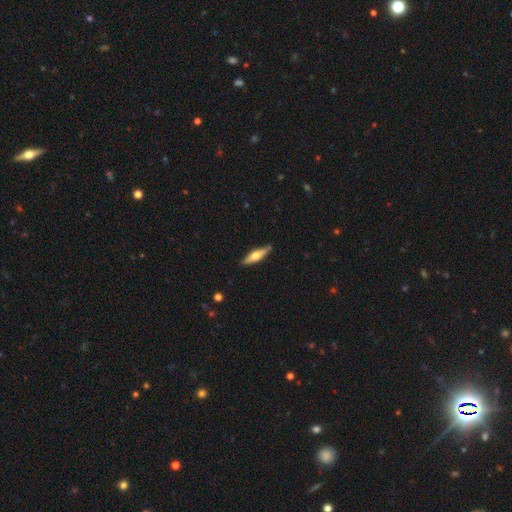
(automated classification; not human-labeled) smooth-or-featured: featured or disk: 56% | smooth: 39% | star or artifact: 5%
  disk-edge-on: yes: 94% | no: 6%
    edge-on-bulge: rounded: 92% | boxy: 6% | none: 3%
  merging: none: 86% | minor disturbance: 10% | major disturbance: 2% | merger: 1%